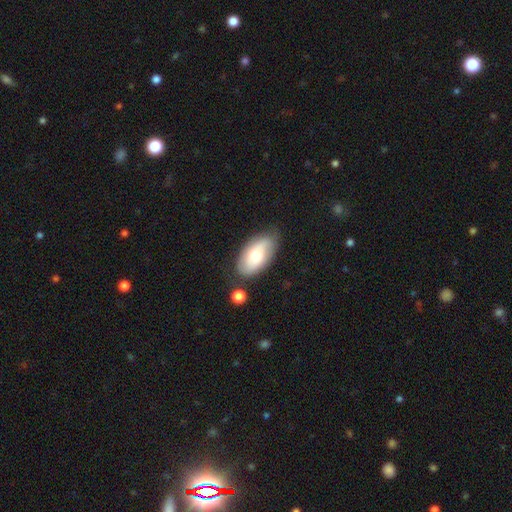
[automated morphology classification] The model was most divided on "smooth or featured": smooth: 65%, featured or disk: 29%, star or artifact: 7%. More confident: how rounded — in between (93%); merging — none (71%).